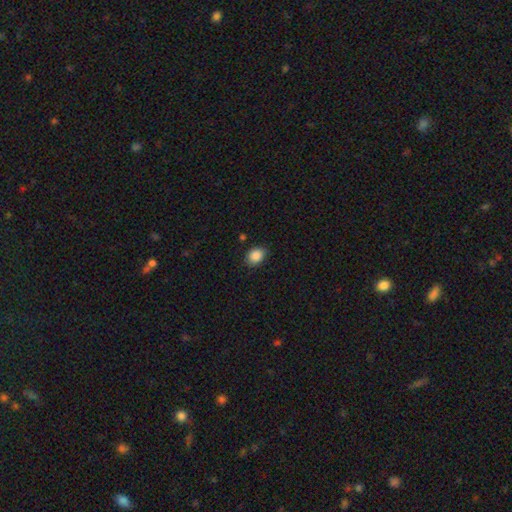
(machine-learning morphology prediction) Overall: smooth (88%). How rounded: in between (57%; round 42%). Merging: none (81%).